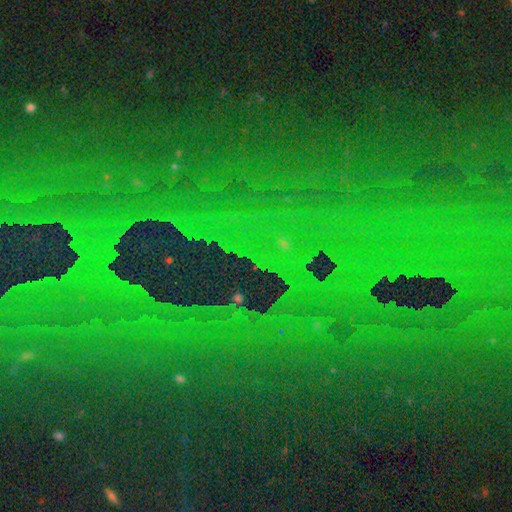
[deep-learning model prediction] Smooth or featured? star or artifact (83%)